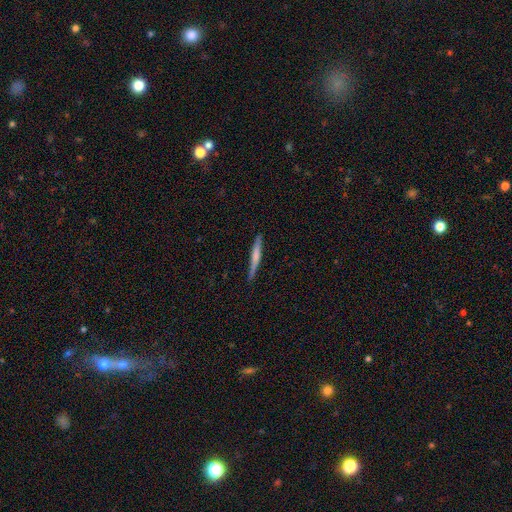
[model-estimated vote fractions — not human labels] The model was most divided on "smooth or featured": smooth: 51%, featured or disk: 43%, star or artifact: 6%. More confident: how rounded — cigar-shaped (95%); merging — none (85%).